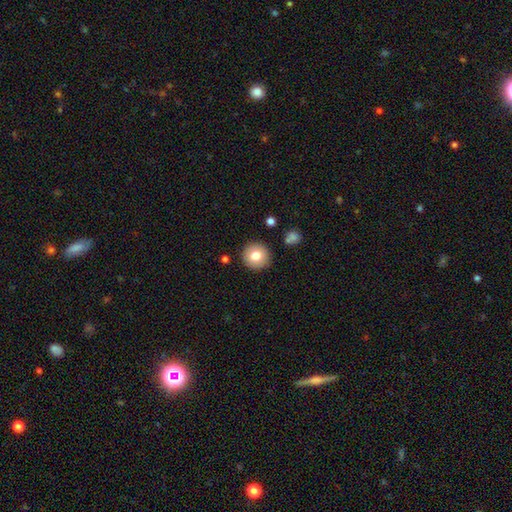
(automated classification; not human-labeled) smooth-or-featured: smooth: 79% | featured or disk: 12% | star or artifact: 9%
  how-rounded: round: 95% | in between: 4% | cigar-shaped: 1%
  merging: none: 90% | minor disturbance: 6% | merger: 2% | major disturbance: 2%